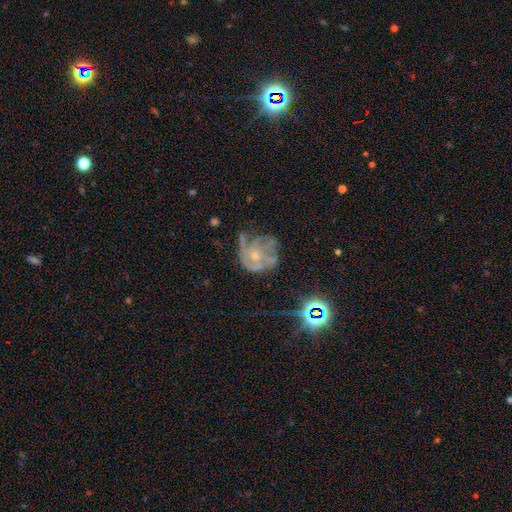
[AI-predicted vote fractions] featured or disk 74%, star or artifact 14%, smooth 12%. Down the decision tree: edge-on disk — no (97%); bar — no (83%); spiral arms — yes (82%); spiral arm count — can't tell (33%); spiral winding — tight (49%); bulge size — small (60%); merging — none (45%).